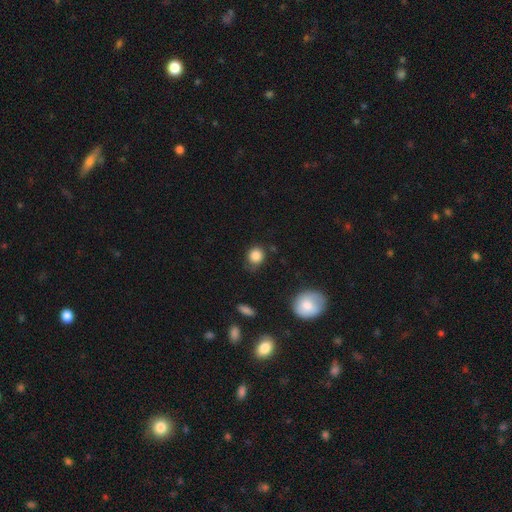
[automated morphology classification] Overall: smooth (85%). How rounded: round (81%). Merging: none (69%).